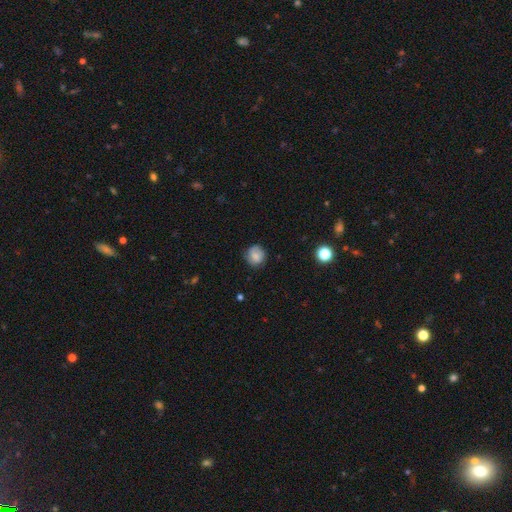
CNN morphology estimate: The model was most divided on "smooth or featured": smooth: 75%, featured or disk: 16%, star or artifact: 9%. More confident: how rounded — round (84%); merging — none (77%).